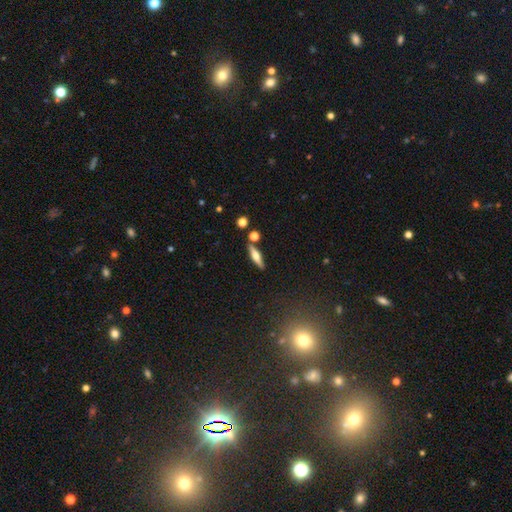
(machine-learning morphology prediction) This is possibly a featured or disk galaxy (51%). It is clearly viewed edge-on (94%). Merging: clearly none (82%).